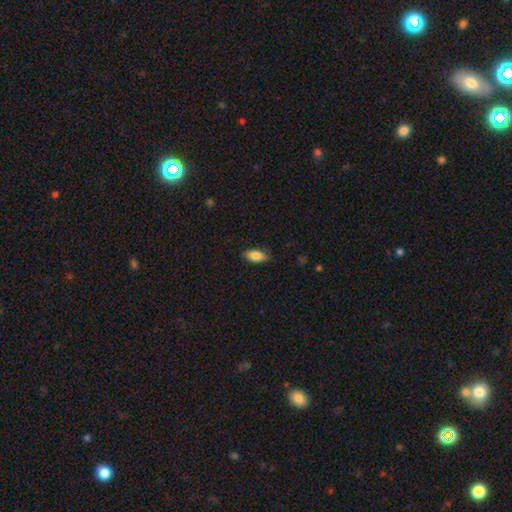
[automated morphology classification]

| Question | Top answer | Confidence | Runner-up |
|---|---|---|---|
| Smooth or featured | smooth | 85% | featured or disk (9%) |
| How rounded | in between | 91% | cigar-shaped (6%) |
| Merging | none | 83% | minor disturbance (13%) |